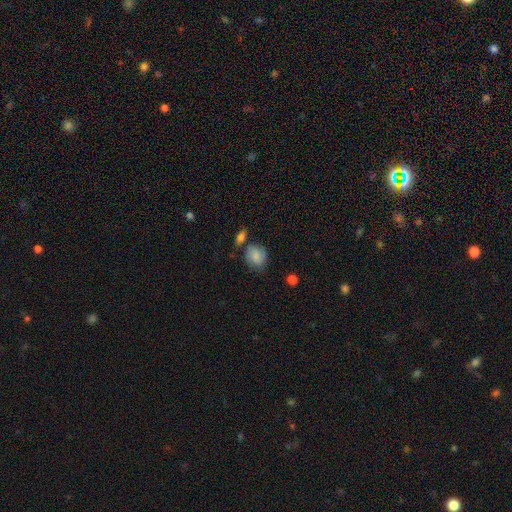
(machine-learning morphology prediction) type=smooth (76%); roundness=round (55%); merging=none (59%).